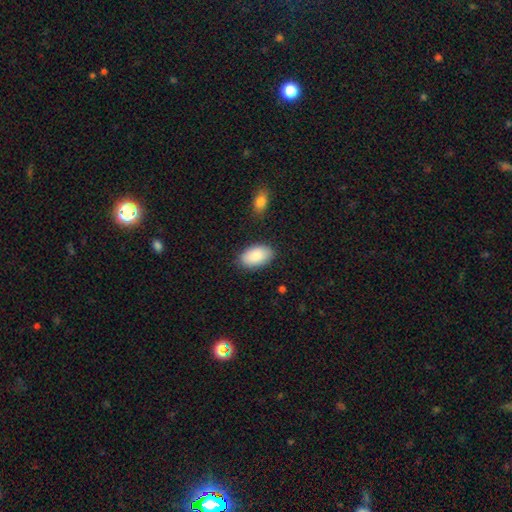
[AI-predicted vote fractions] This appears to be a smooth galaxy with no disk features (90%) that is in between round and cigar-shaped (95%). Merging: none (85%).